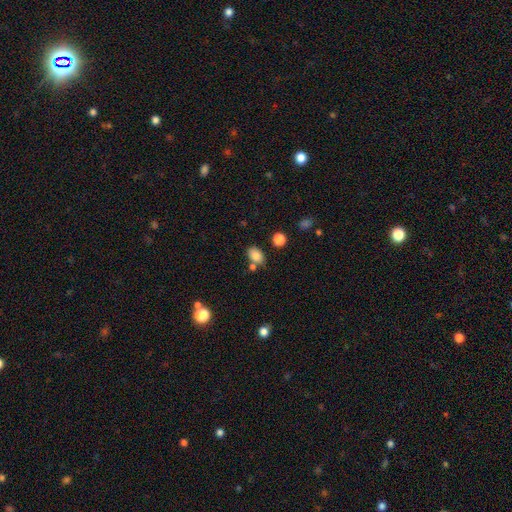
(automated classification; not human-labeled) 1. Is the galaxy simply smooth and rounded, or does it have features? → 81% smooth, 10% star or artifact, 8% featured or disk.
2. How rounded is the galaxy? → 79% in between, 20% round, 1% cigar-shaped.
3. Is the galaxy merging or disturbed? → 68% none, 14% minor disturbance, 14% merger, 4% major disturbance.